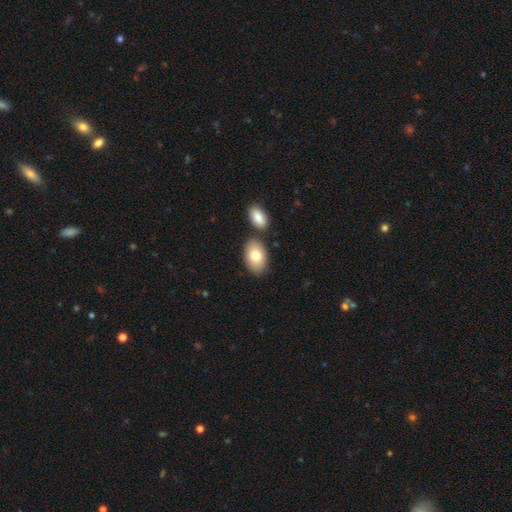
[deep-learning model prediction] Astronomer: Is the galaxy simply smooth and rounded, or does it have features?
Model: smooth — 79%.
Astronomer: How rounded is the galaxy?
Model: in between — 91%.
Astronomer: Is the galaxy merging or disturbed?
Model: none — 74%.